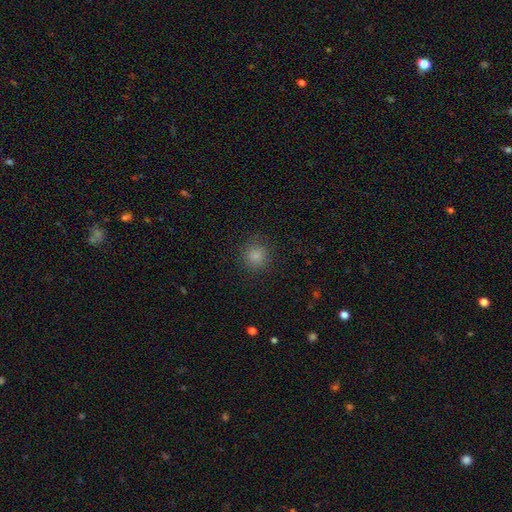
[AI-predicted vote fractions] Morphology: type=smooth (84%); roundness=round (93%); merging=none (88%).